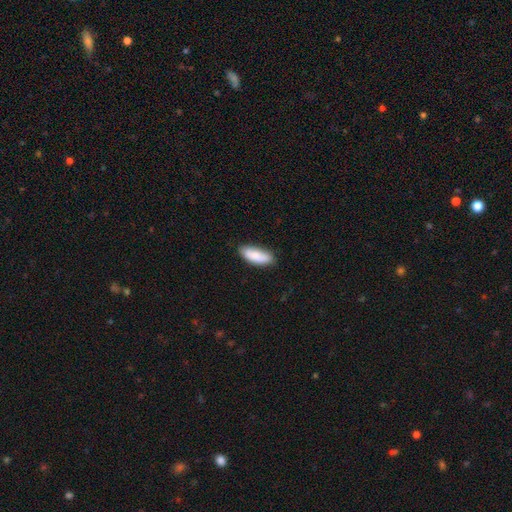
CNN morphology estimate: Smooth or featured: smooth — 84% (featured or disk — 10%)
How rounded: in between — 75% (cigar-shaped — 23%)
Merging: none — 80% (minor disturbance — 16%)